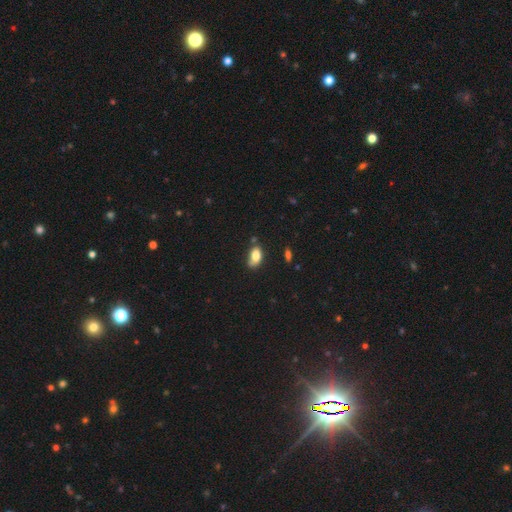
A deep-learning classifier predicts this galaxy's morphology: Smooth or featured?
  - smooth: 79% *
  - featured or disk: 12%
  - star or artifact: 9%
How rounded?
  - in between: 88% *
  - round: 9%
  - cigar-shaped: 3%
Merging?
  - none: 51% *
  - minor disturbance: 31%
  - merger: 10%
  - major disturbance: 9%